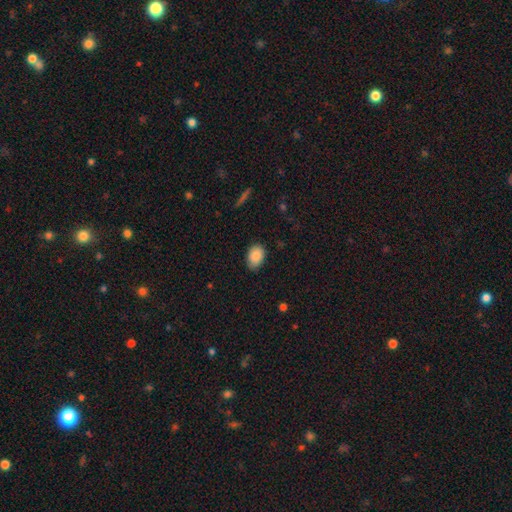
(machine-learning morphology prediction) smooth-or-featured: smooth: 88% | star or artifact: 7% | featured or disk: 5%
  how-rounded: in between: 84% | round: 15% | cigar-shaped: 1%
  merging: none: 81% | minor disturbance: 16% | major disturbance: 3% | merger: 1%